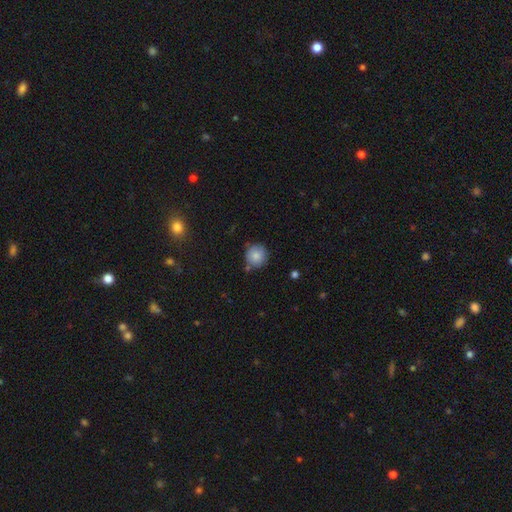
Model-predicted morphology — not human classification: type=smooth (85%); roundness=round (93%); merging=none (80%).